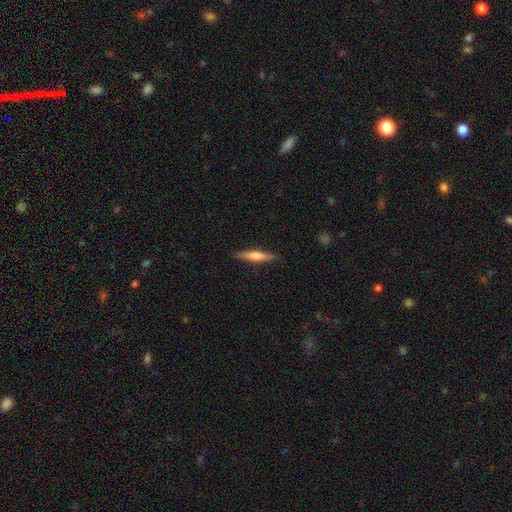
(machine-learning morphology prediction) A smooth galaxy with no disk features (51%) that is cigar-shaped (87%).

Vote fractions:
- Smooth or featured? smooth: 51% / featured or disk: 43% / star or artifact: 6%
- How rounded? cigar-shaped: 87% / in between: 12% / round: 2%
- Merging? none: 89% / minor disturbance: 8% / major disturbance: 2% / merger: 1%